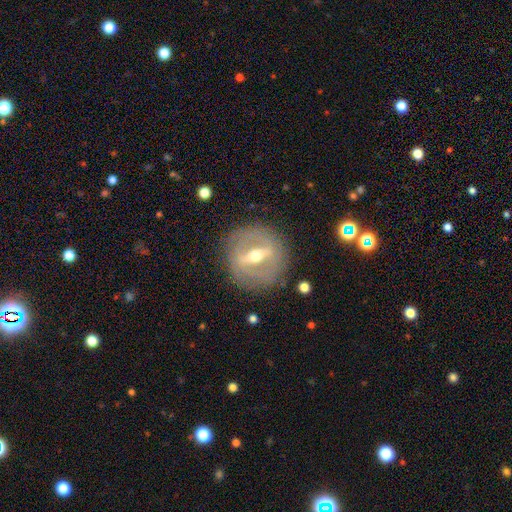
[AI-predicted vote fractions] Q: Smooth or featured?
A: featured or disk (81%); runner-up: smooth (13%)
Q: Edge-on disk?
A: no (76%); runner-up: yes (24%)
Q: Bar?
A: strong (75%); runner-up: weak (19%)
Q: Spiral arms?
A: no (60%); runner-up: yes (40%)
Q: Bulge size?
A: moderate (69%); runner-up: small (24%)
Q: Merging?
A: none (84%); runner-up: minor disturbance (10%)